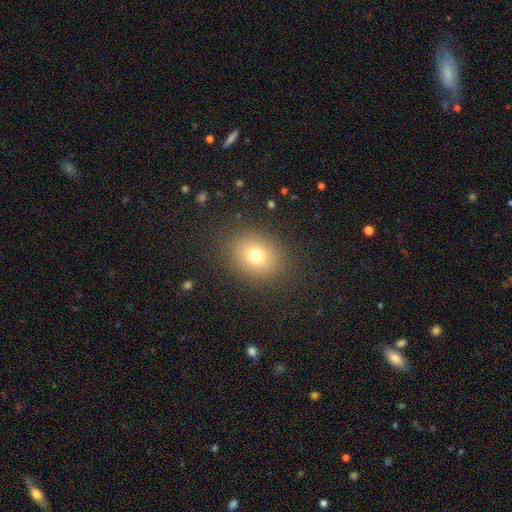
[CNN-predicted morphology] smooth 73%, star or artifact 15%, featured or disk 12%. Down the decision tree: how rounded — round (55%); merging — none (85%).